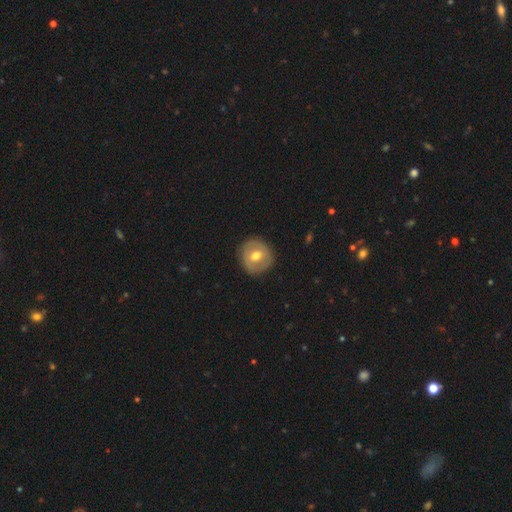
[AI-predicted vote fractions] Smooth or featured: smooth — 51% (featured or disk — 43%)
How rounded: round — 89% (in between — 10%)
Merging: none — 86% (minor disturbance — 10%)